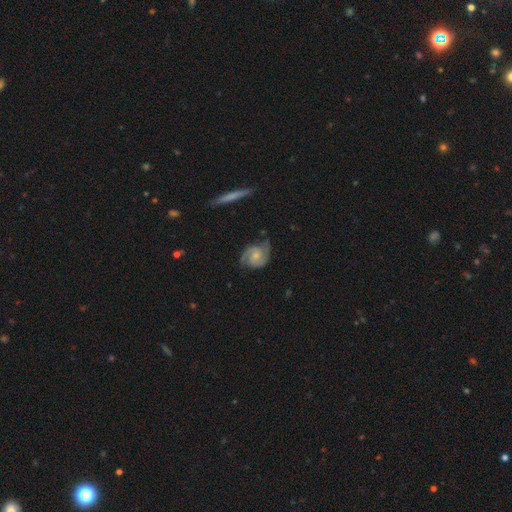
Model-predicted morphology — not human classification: This is clearly a featured or disk galaxy (86%). It is clearly not viewed edge-on (97%). Bar: possibly no (59%). Spiral arm pattern: clearly yes (97%). Spiral arm count: clearly 2 (89%). Spiral winding: possibly medium (48%). Central bulge: possibly small (46%). Merging: likely none (73%).